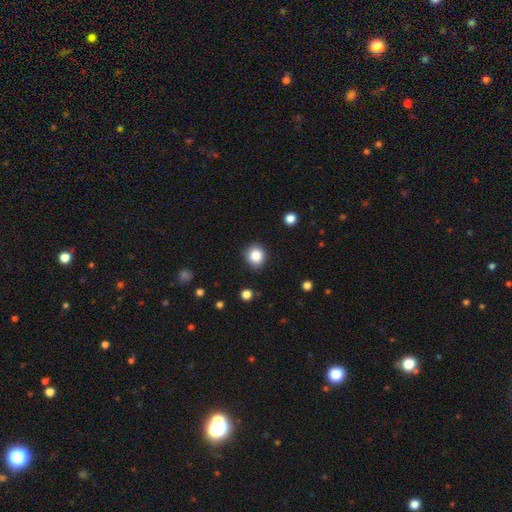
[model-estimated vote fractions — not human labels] A smooth galaxy with no disk features (85%) that is round (83%).

Vote fractions:
- Smooth or featured? smooth: 85% / star or artifact: 10% / featured or disk: 5%
- How rounded? round: 83% / in between: 17% / cigar-shaped: 1%
- Merging? none: 88% / minor disturbance: 8% / major disturbance: 2% / merger: 1%